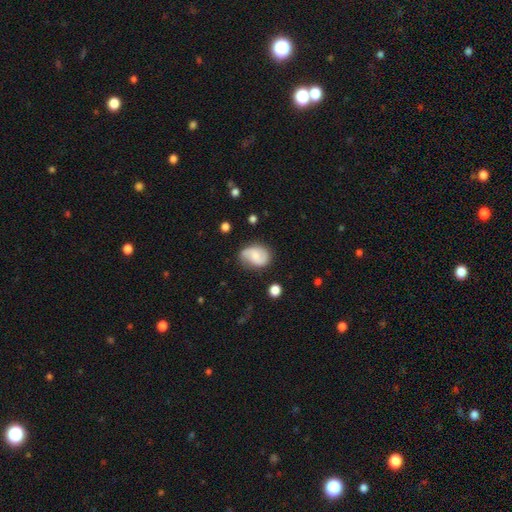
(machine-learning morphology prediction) Q: Smooth or featured?
A: featured or disk (59%); runner-up: smooth (34%)
Q: Edge-on disk?
A: no (98%); runner-up: yes (2%)
Q: Bar?
A: no (55%); runner-up: weak (37%)
Q: Spiral arms?
A: yes (91%); runner-up: no (9%)
Q: Spiral winding?
A: medium (41%); runner-up: loose (40%)
Q: Spiral arm count?
A: 2 (87%); runner-up: can't tell (6%)
Q: Bulge size?
A: small (47%); runner-up: moderate (37%)
Q: Merging?
A: none (73%); runner-up: minor disturbance (20%)